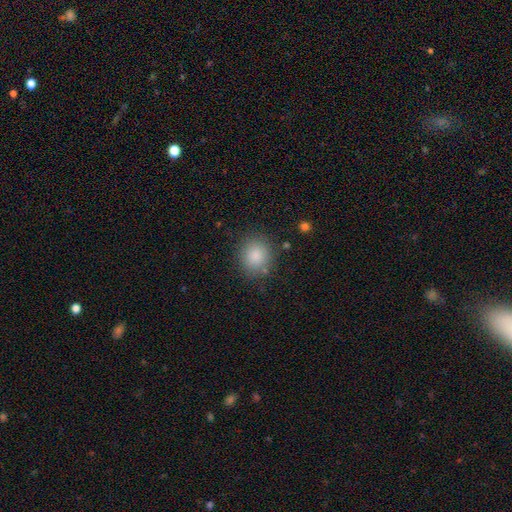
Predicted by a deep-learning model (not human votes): Smooth or featured: smooth — 85% (star or artifact — 10%)
How rounded: round — 86% (in between — 13%)
Merging: none — 84% (minor disturbance — 10%)